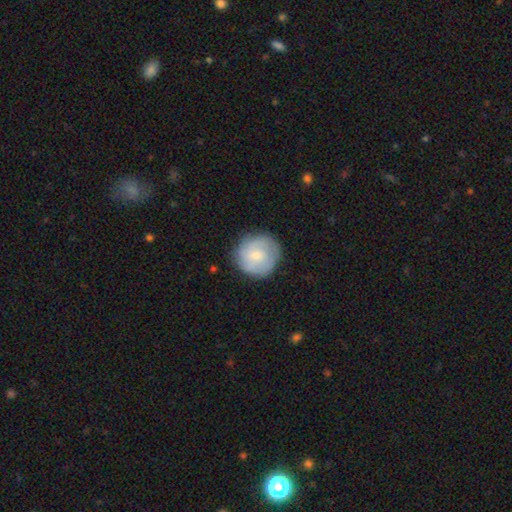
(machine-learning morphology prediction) Smooth or featured: smooth — 61% (featured or disk — 33%)
How rounded: round — 93% (in between — 6%)
Merging: none — 80% (minor disturbance — 15%)